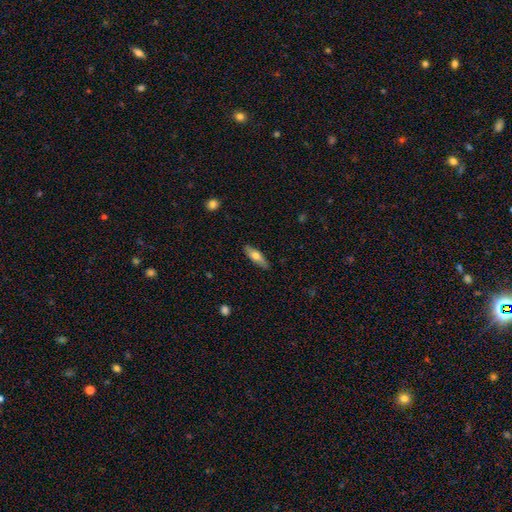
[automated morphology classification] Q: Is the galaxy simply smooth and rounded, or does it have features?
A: smooth — 61%.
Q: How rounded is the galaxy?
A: cigar-shaped — 55%.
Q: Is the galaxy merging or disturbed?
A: none — 88%.